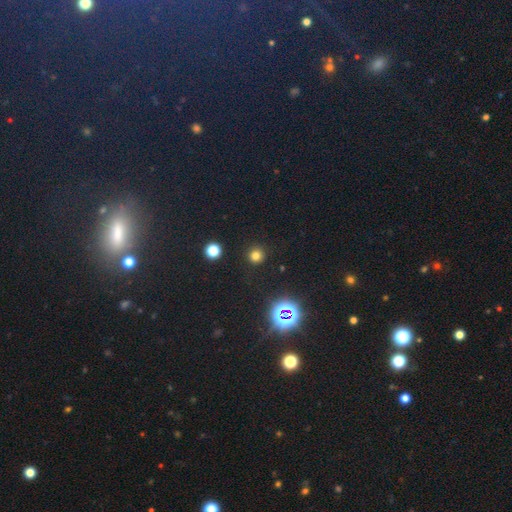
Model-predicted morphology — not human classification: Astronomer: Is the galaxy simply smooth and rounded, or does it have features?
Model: smooth — 73%.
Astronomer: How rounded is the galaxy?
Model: round — 95%.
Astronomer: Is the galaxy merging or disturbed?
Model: none — 91%.